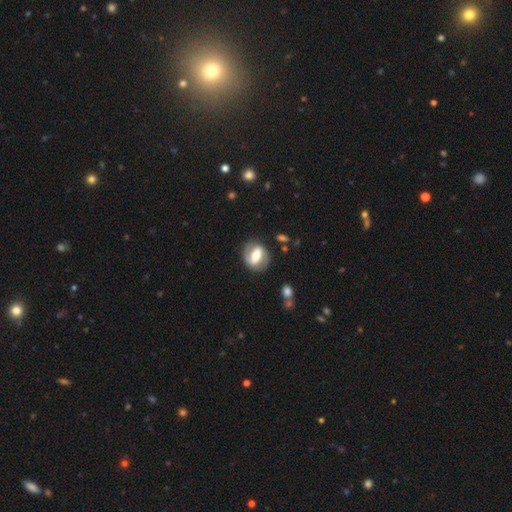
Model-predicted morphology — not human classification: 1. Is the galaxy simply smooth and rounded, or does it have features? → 68% featured or disk, 26% smooth, 6% star or artifact.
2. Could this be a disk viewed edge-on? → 95% no, 5% yes.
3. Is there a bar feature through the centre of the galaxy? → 53% strong, 31% weak, 16% no.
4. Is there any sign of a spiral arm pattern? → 75% yes, 25% no.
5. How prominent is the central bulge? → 57% moderate, 24% large, 14% small, 3% dominant, 2% none.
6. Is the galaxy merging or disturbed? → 79% none, 13% minor disturbance, 6% major disturbance, 2% merger.